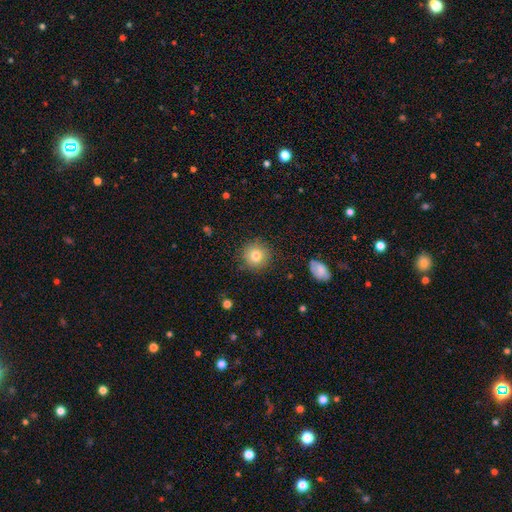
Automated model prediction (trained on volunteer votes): A smooth galaxy with no disk features (80%) that is round (93%).

Vote fractions:
- Smooth or featured? smooth: 80% / star or artifact: 10% / featured or disk: 10%
- How rounded? round: 93% / in between: 6% / cigar-shaped: 1%
- Merging? none: 88% / minor disturbance: 8% / major disturbance: 2% / merger: 1%